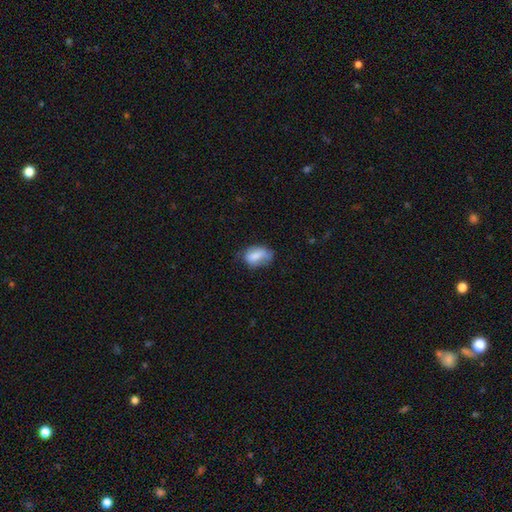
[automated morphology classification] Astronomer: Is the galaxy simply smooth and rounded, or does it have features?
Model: smooth — 75%.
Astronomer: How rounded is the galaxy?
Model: in between — 86%.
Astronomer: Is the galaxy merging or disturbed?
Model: none — 47% (runner-up: minor disturbance, 37%).